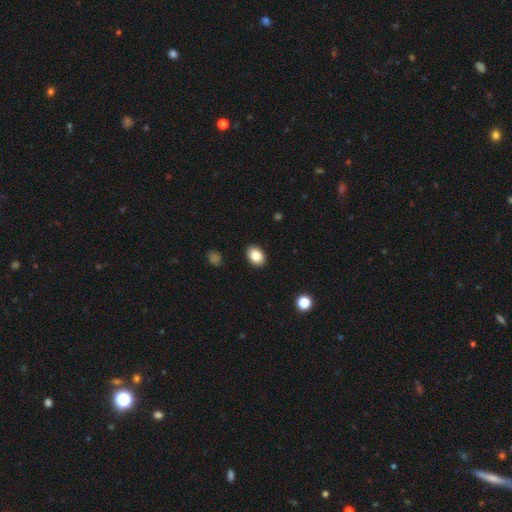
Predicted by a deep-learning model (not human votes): Smooth or featured? Predicted: smooth (p=0.83). How rounded? Predicted: in between (p=0.76). Merging? Predicted: none (p=0.90).